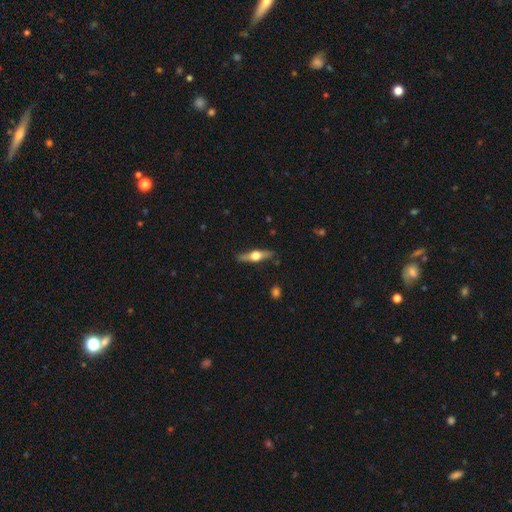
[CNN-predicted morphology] smooth_or_featured: featured or disk (p=0.65) [alt: smooth p=0.30]
disk_edge_on: yes (p=0.96) [alt: no p=0.04]
edge_on_bulge: rounded (p=0.95) [alt: boxy p=0.03]
merging: none (p=0.86) [alt: minor disturbance p=0.10]